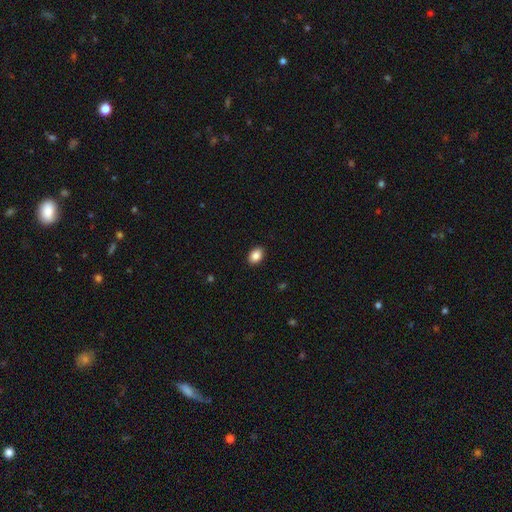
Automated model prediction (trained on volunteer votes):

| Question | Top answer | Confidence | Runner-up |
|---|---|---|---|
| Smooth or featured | smooth | 87% | star or artifact (8%) |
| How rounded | in between | 81% | round (18%) |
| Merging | none | 90% | minor disturbance (7%) |